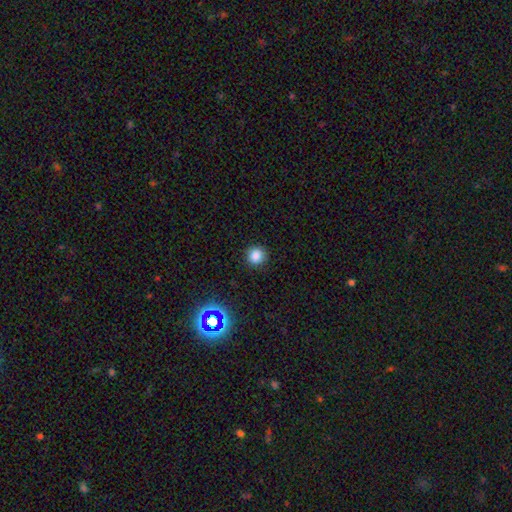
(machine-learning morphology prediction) smooth-or-featured: smooth: 82% | star or artifact: 14% | featured or disk: 4%
  how-rounded: round: 92% | in between: 7% | cigar-shaped: 1%
  merging: none: 90% | minor disturbance: 6% | major disturbance: 2% | merger: 1%